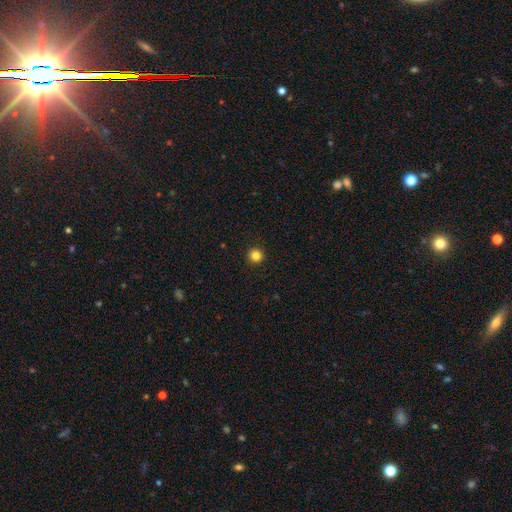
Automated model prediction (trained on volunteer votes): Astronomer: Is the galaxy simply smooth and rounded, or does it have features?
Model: smooth — 84%.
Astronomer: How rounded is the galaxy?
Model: round — 96%.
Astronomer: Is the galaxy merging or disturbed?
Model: none — 94%.